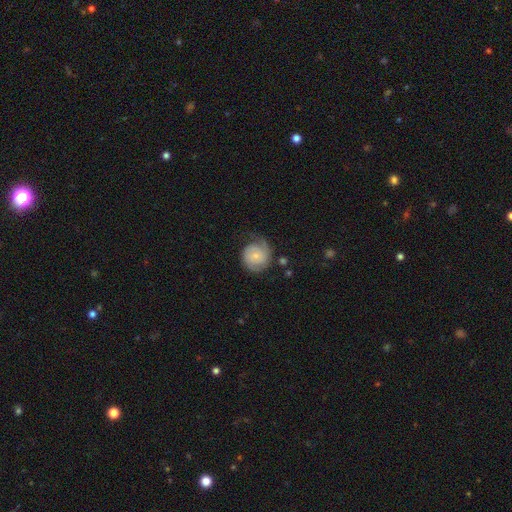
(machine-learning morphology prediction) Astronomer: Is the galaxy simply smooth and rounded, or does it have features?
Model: featured or disk — 64%.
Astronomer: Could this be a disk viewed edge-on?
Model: no — 98%.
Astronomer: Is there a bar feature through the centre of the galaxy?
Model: no — 69%.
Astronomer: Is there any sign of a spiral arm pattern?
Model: yes — 92%.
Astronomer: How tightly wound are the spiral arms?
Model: tight — 54% (runner-up: medium, 32%).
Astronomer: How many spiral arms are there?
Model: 2 — 61%.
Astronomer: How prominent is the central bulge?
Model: small — 68%.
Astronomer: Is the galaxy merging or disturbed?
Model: none — 61%.